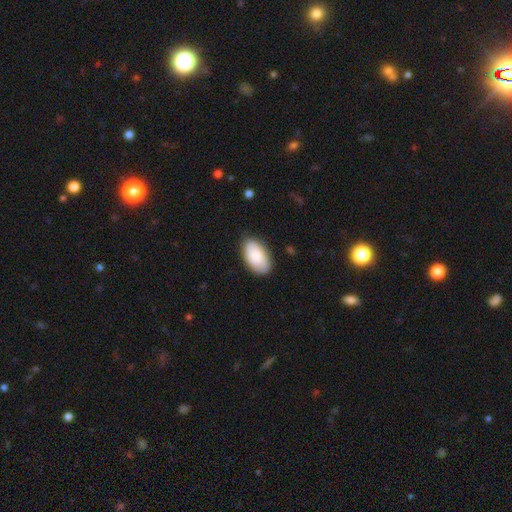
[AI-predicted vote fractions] Overall: smooth (82%). How rounded: in between (95%). Merging: none (82%).